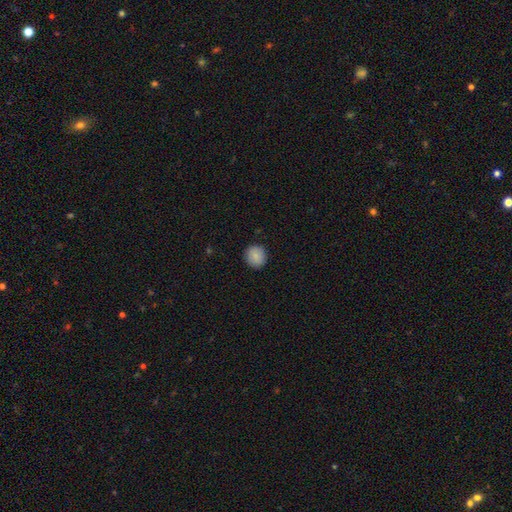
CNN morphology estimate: Overall: smooth (87%). How rounded: round (90%). Merging: none (90%).